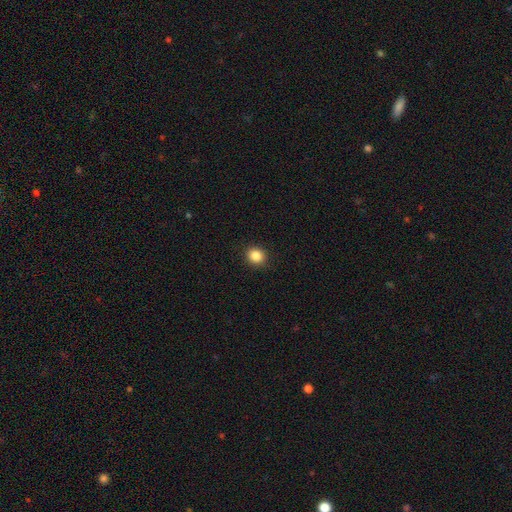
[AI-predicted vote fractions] Q: Smooth or featured?
A: smooth (86%); runner-up: star or artifact (10%)
Q: How rounded?
A: round (81%); runner-up: in between (18%)
Q: Merging?
A: none (91%); runner-up: minor disturbance (6%)